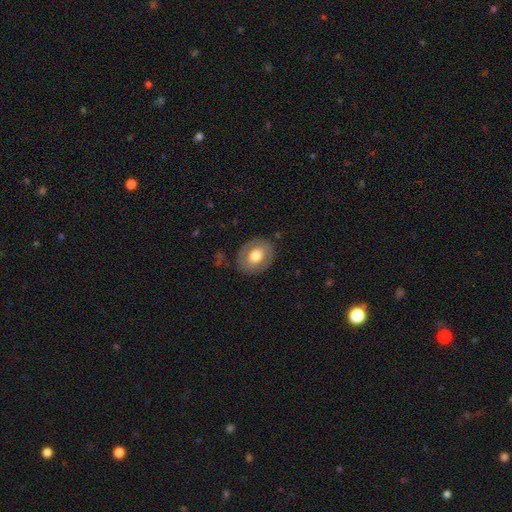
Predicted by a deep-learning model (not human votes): This is possibly a smooth galaxy (59%). How rounded: possibly round (51%). Merging: clearly none (83%).